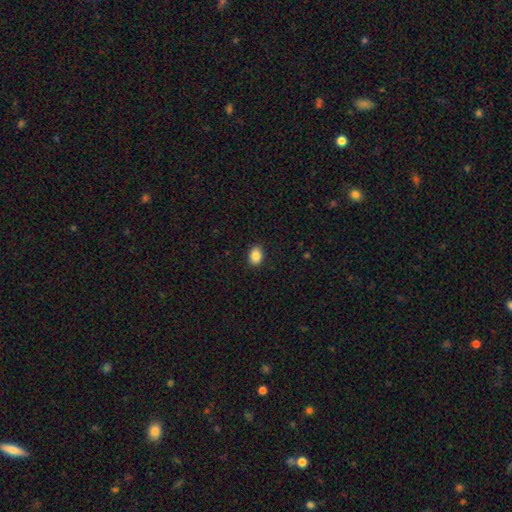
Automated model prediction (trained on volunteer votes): smooth-or-featured: smooth: 87% | star or artifact: 9% | featured or disk: 4%
  how-rounded: in between: 70% | round: 29% | cigar-shaped: 1%
  merging: none: 90% | minor disturbance: 7% | major disturbance: 2% | merger: 1%